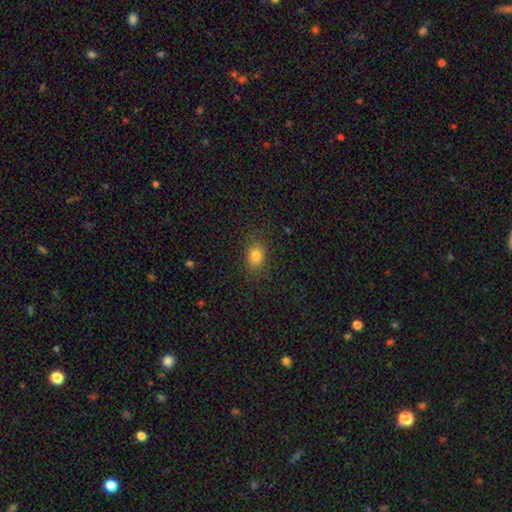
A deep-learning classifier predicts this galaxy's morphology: Overall: smooth (81%). How rounded: in between (64%; round 35%). Merging: none (84%).